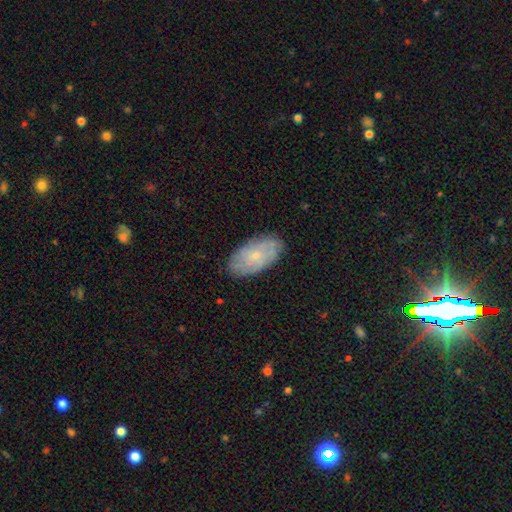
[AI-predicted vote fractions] This is possibly a smooth galaxy (47%). Merging: clearly none (83%).